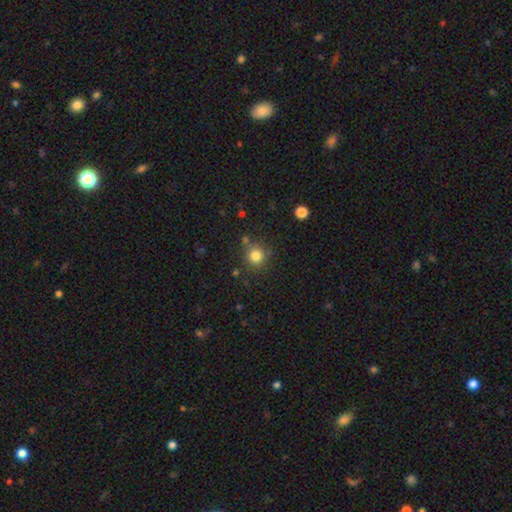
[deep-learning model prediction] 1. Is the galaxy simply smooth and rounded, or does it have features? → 82% smooth, 13% star or artifact, 6% featured or disk.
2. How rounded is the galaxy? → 92% round, 7% in between, 1% cigar-shaped.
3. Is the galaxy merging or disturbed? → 81% none, 9% minor disturbance, 7% merger, 3% major disturbance.